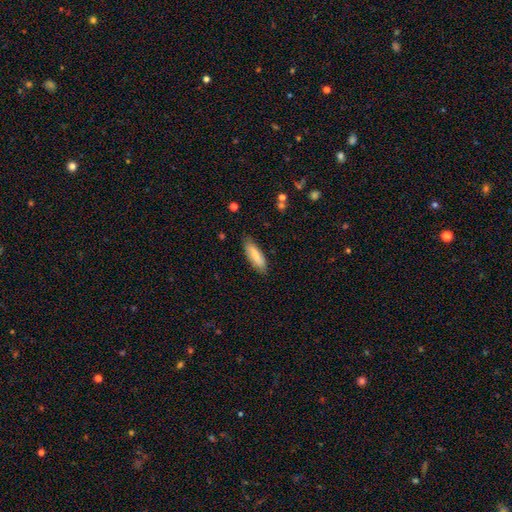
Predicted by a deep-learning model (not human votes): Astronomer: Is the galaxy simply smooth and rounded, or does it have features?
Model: smooth — 79%.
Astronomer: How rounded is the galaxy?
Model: in between — 52% (runner-up: cigar-shaped, 46%).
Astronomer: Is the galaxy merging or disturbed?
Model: none — 84%.